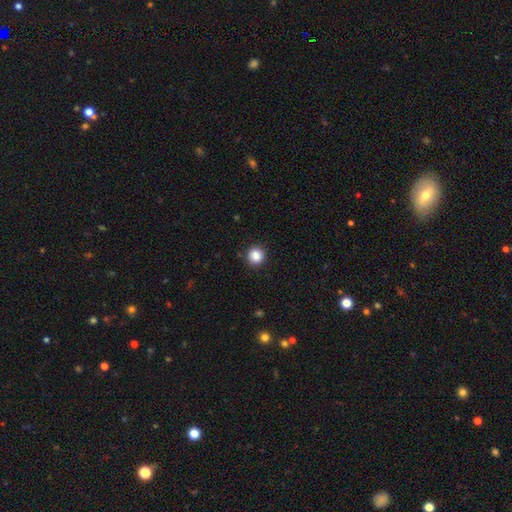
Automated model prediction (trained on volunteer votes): Smooth or featured? Predicted: smooth (p=0.86). How rounded? Predicted: round (p=0.92). Merging? Predicted: none (p=0.91).